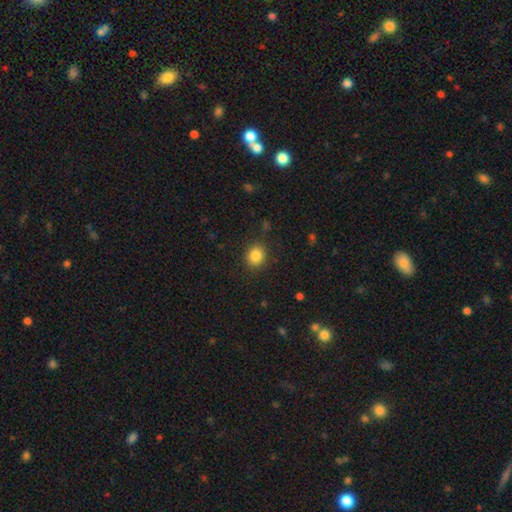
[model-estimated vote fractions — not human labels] A smooth galaxy with no disk features (84%) that is round (77%).

Vote fractions:
- Smooth or featured? smooth: 84% / star or artifact: 10% / featured or disk: 5%
- How rounded? round: 77% / in between: 22% / cigar-shaped: 1%
- Merging? none: 88% / minor disturbance: 8% / major disturbance: 3% / merger: 1%